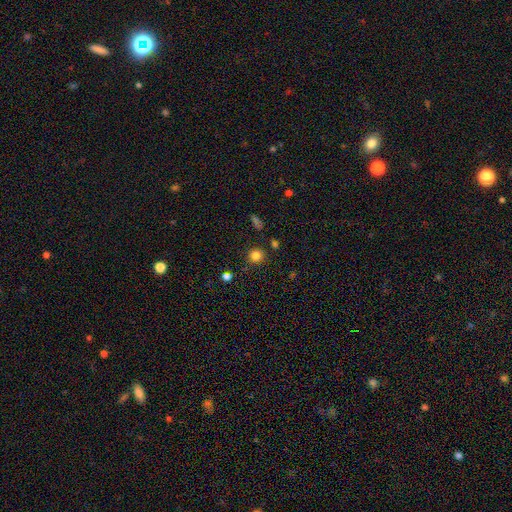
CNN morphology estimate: The model was most divided on "smooth or featured": smooth: 81%, star or artifact: 13%, featured or disk: 6%. More confident: how rounded — round (91%); merging — none (87%).